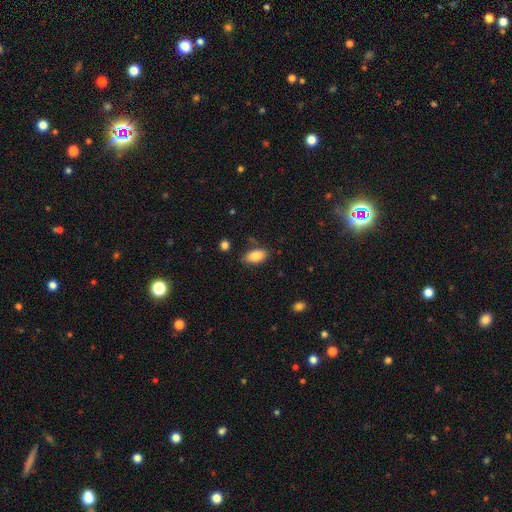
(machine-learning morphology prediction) This appears to be a smooth galaxy with no disk features (84%) that is in between round and cigar-shaped (92%). Merging: none (81%).